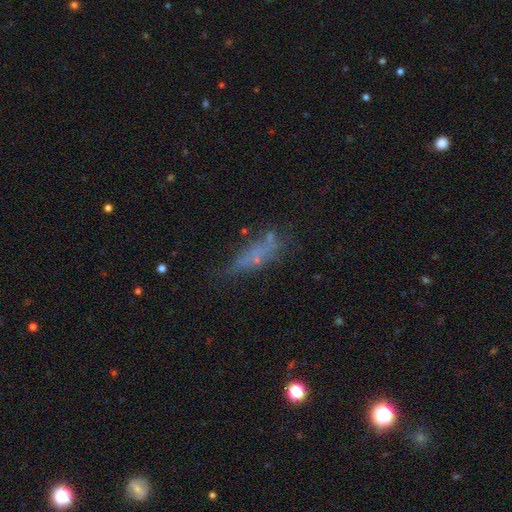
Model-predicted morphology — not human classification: This appears to be a smooth galaxy with no disk features (47%). Merging: none (48%).